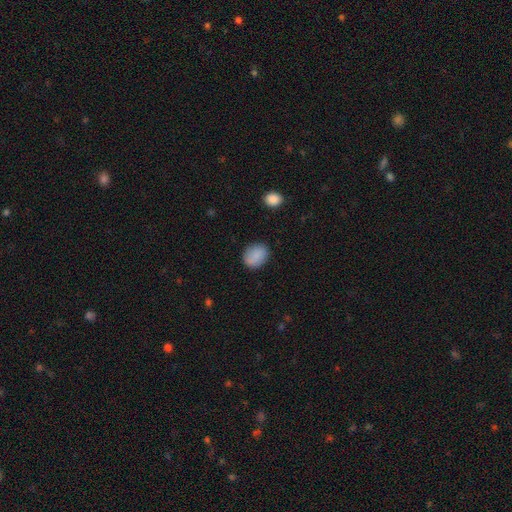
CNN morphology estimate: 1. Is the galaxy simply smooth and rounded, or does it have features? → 87% smooth, 8% star or artifact, 5% featured or disk.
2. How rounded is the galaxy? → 51% round, 48% in between, 1% cigar-shaped.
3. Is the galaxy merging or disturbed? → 85% none, 11% minor disturbance, 3% major disturbance, 1% merger.